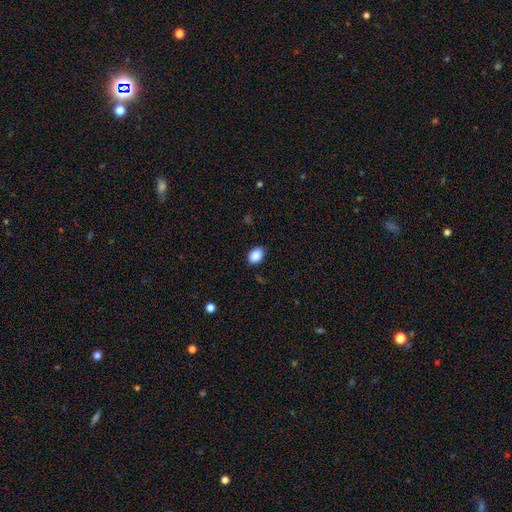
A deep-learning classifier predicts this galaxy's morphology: type=smooth (89%); roundness=in between (77%); merging=none (86%).